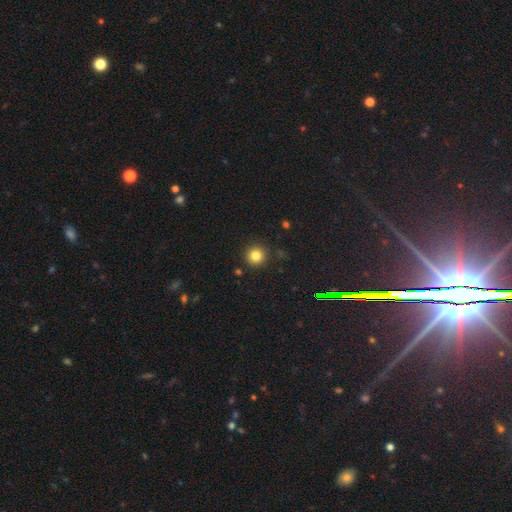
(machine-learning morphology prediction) type=smooth (82%); roundness=round (94%); merging=none (90%).